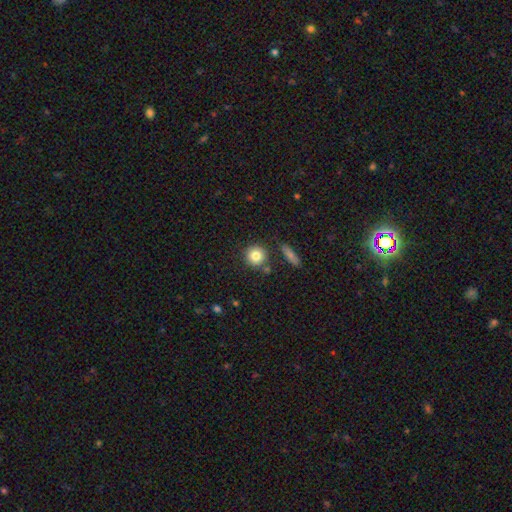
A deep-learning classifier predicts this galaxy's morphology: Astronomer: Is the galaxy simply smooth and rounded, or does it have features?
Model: smooth — 82%.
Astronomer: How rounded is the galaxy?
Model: round — 92%.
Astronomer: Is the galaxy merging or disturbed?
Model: none — 83%.